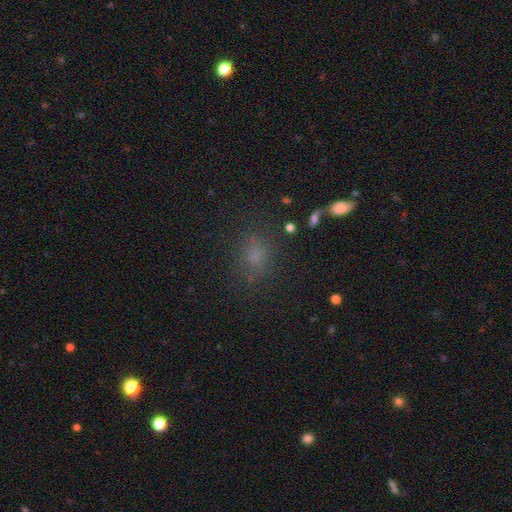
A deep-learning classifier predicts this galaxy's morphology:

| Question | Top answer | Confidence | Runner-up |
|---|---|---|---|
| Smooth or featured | smooth | 70% | star or artifact (20%) |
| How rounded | in between | 54% | round (44%) |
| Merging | none | 75% | minor disturbance (14%) |